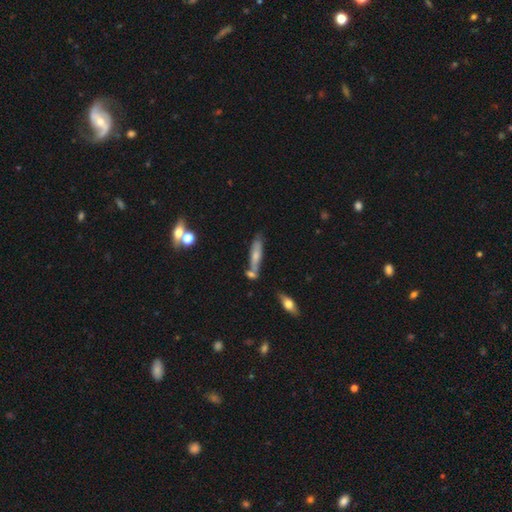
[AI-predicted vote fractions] This appears to be a smooth galaxy with no disk features (59%) that is cigar-shaped (72%). Merging: none (54%).